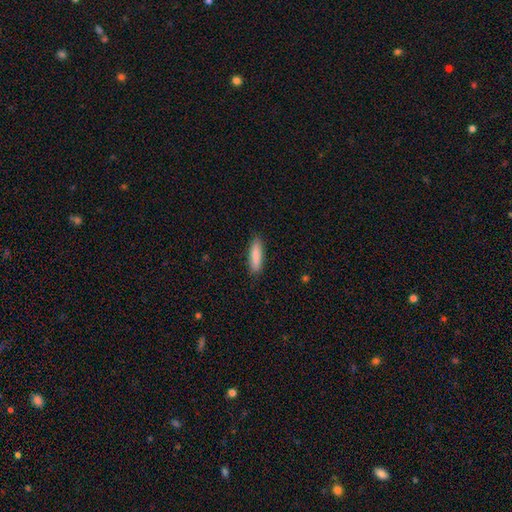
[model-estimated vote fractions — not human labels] Overall: smooth (87%). How rounded: cigar-shaped (59%; in between 40%). Merging: none (87%).